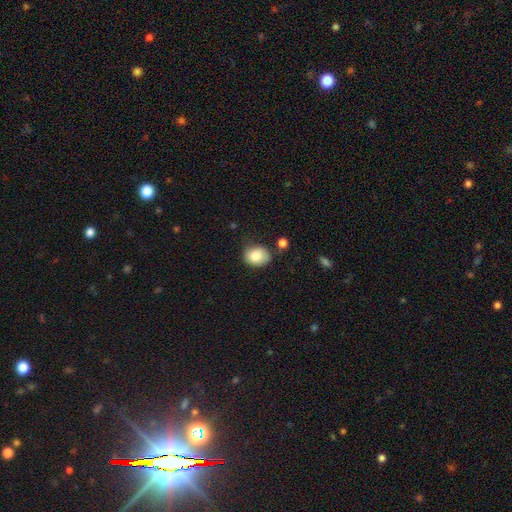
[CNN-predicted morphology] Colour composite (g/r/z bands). It shows a smooth galaxy with no disk features (83%) that is round (50%). Merging: none (60%).